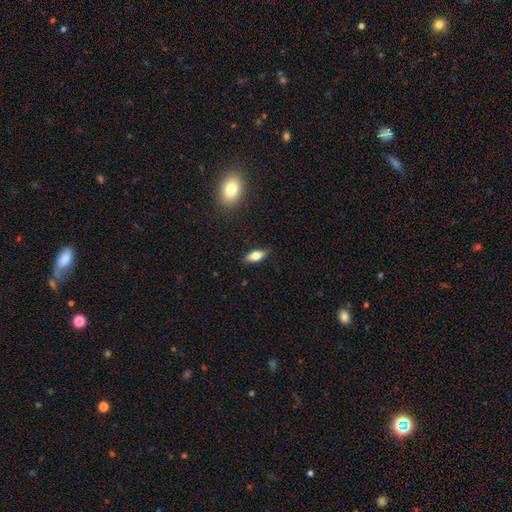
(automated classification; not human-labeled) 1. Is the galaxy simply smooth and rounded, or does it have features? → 72% smooth, 21% featured or disk, 7% star or artifact.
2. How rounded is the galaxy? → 79% in between, 18% cigar-shaped, 3% round.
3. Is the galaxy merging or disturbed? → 87% none, 10% minor disturbance, 2% major disturbance, 1% merger.